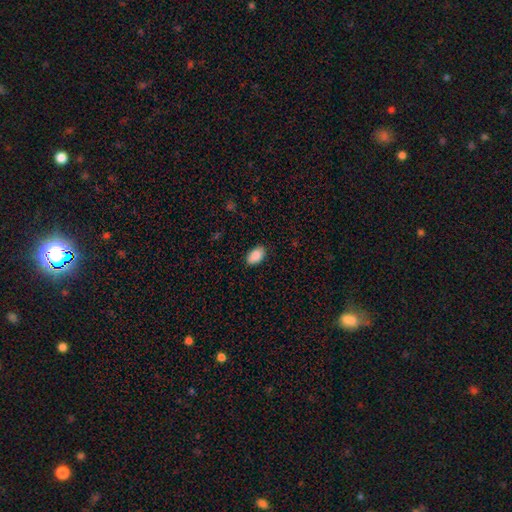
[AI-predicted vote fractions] Smooth or featured? Predicted: smooth (p=0.90). How rounded? Predicted: in between (p=0.93). Merging? Predicted: none (p=0.86).